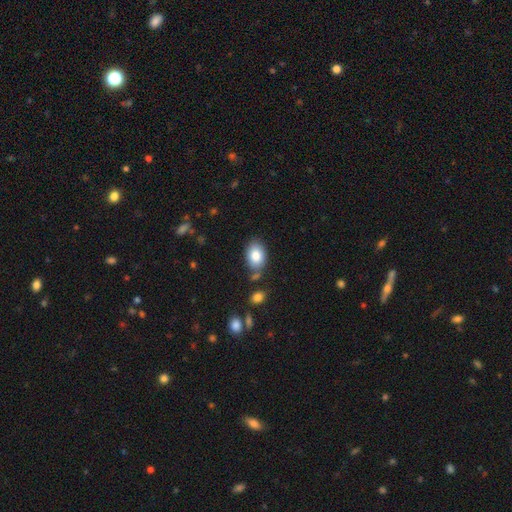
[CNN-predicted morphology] This appears to be a smooth galaxy with no disk features (84%) that is in between round and cigar-shaped (82%). Merging: none (74%).